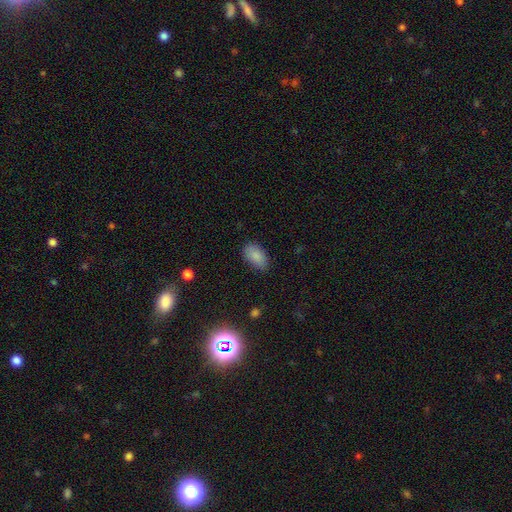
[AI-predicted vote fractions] smooth 87%, star or artifact 8%, featured or disk 5%. Down the decision tree: how rounded — in between (93%); merging — none (79%).